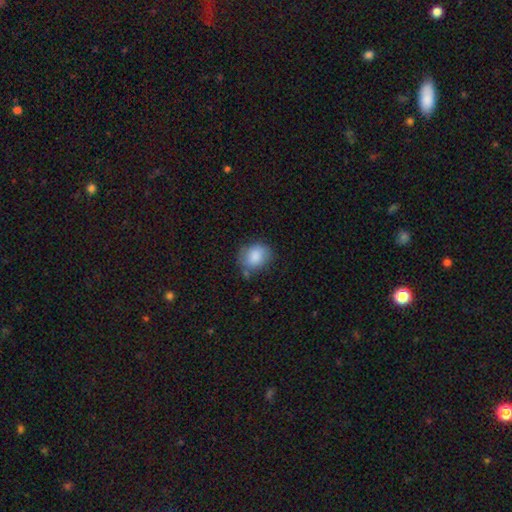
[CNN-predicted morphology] type=smooth (84%); roundness=round (54%); merging=none (68%).